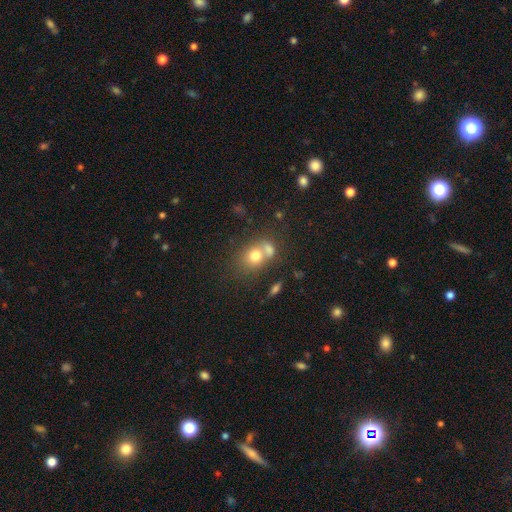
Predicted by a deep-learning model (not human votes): The model was most divided on "how rounded": round: 57%, in between: 42%, cigar-shaped: 1%. More confident: smooth or featured — smooth (73%); merging — merger (52%).